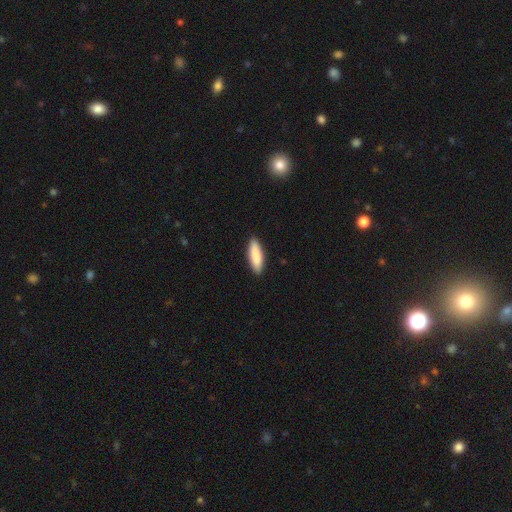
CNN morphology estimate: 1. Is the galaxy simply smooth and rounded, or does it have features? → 87% smooth, 8% featured or disk, 5% star or artifact.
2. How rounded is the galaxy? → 54% cigar-shaped, 45% in between, 2% round.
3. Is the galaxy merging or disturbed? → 90% none, 7% minor disturbance, 1% major disturbance, 1% merger.